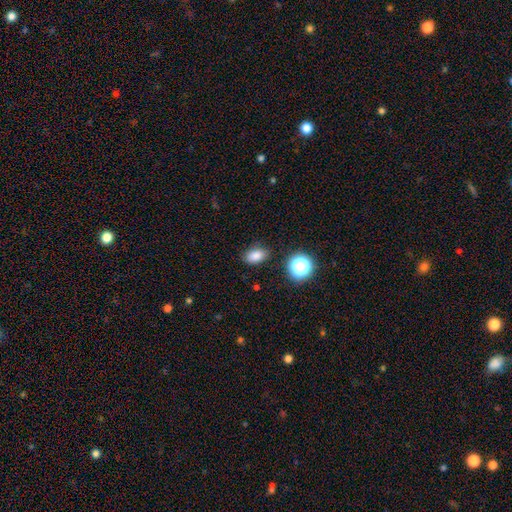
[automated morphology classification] smooth_or_featured: smooth (p=0.82) [alt: star or artifact p=0.13]
how_rounded: in between (p=0.84) [alt: round p=0.14]
merging: none (p=0.85) [alt: minor disturbance p=0.11]